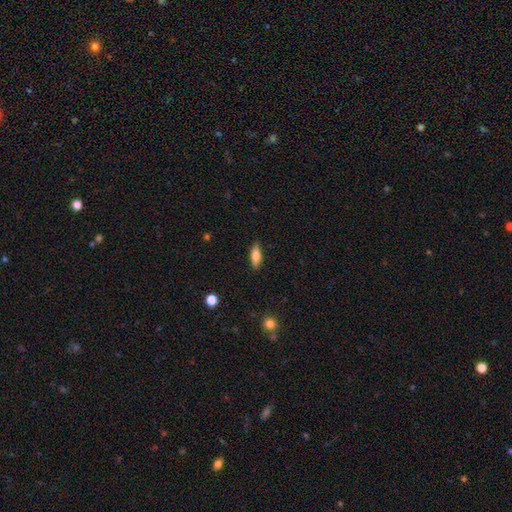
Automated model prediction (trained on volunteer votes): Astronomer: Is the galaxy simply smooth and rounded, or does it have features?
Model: smooth — 69%.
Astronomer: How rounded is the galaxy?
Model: in between — 64%.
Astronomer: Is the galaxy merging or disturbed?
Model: none — 87%.